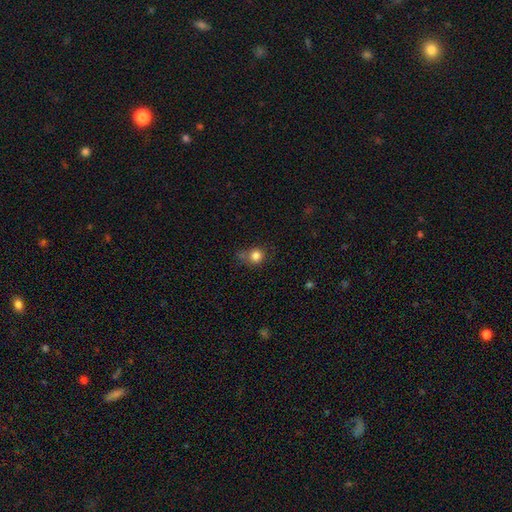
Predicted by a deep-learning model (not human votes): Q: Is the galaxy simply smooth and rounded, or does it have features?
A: smooth — 82%.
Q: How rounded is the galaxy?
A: round — 86%.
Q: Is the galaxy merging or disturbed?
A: none — 62%.